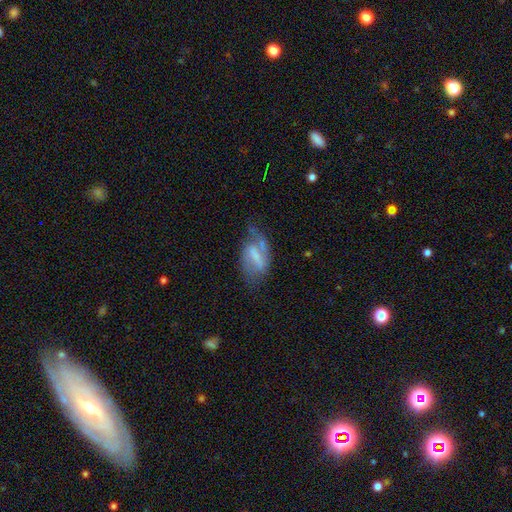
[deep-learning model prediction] This appears to be a featured or disk galaxy (64%) with a strong bar (53%), spiral arms (71%) and no central bulge (41%). Merging: none (47%).